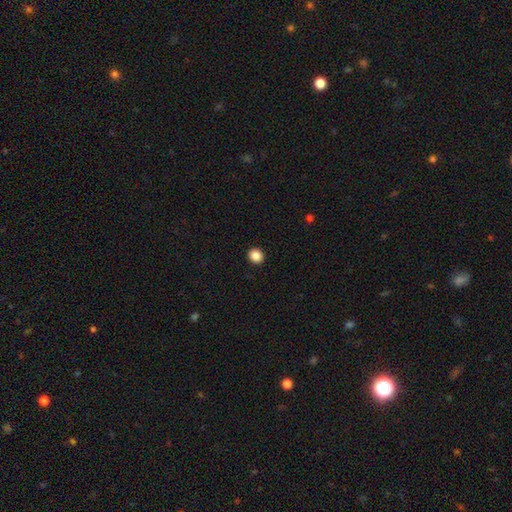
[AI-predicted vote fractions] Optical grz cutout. It shows a smooth galaxy with no disk features (87%) that is round (82%). Merging: none (93%).